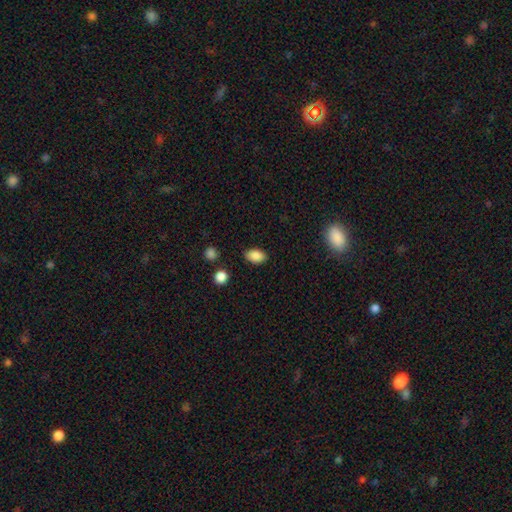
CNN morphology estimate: Smooth or featured: smooth — 87% (star or artifact — 9%)
How rounded: in between — 89% (round — 10%)
Merging: none — 85% (minor disturbance — 10%)